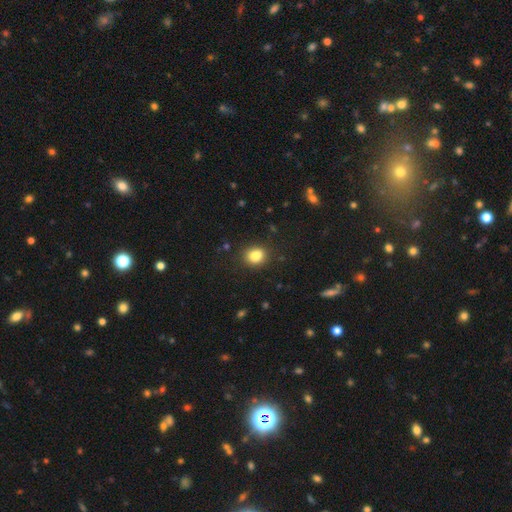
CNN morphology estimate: Q: Smooth or featured?
A: smooth (85%); runner-up: star or artifact (11%)
Q: How rounded?
A: round (58%); runner-up: in between (41%)
Q: Merging?
A: none (84%); runner-up: minor disturbance (11%)